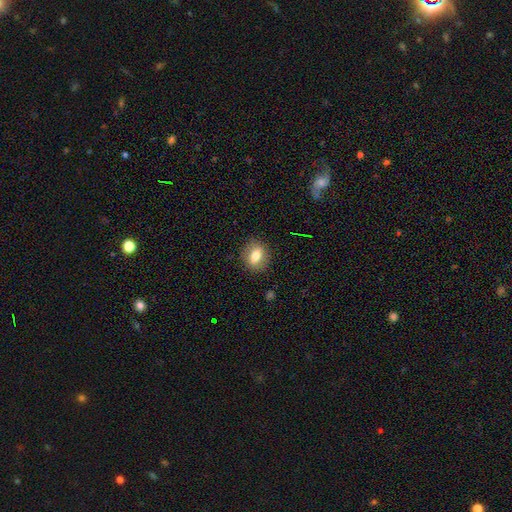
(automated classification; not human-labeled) This is likely a smooth galaxy (71%). How rounded: possibly in between (49%). Merging: clearly none (86%).